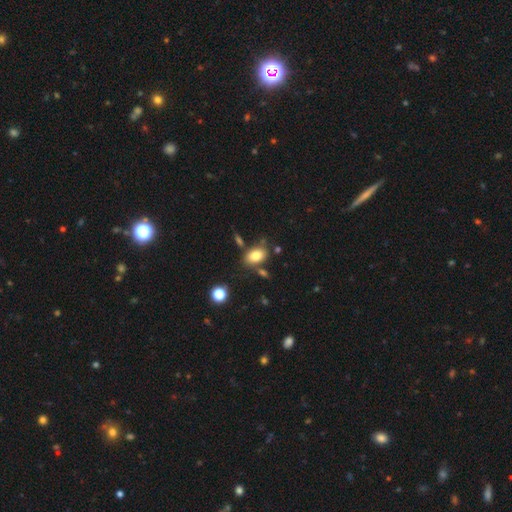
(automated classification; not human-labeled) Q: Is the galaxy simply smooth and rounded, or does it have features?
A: smooth — 80%.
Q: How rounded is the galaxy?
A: in between — 85%.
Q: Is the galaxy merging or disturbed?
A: none — 70%.